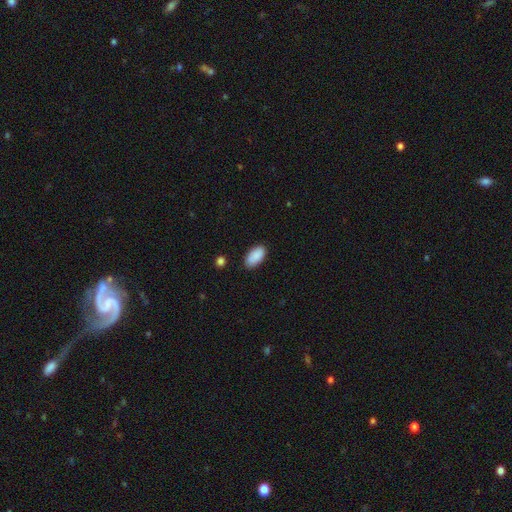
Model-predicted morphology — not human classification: This appears to be a smooth galaxy with no disk features (90%) that is in between round and cigar-shaped (95%). Merging: none (84%).